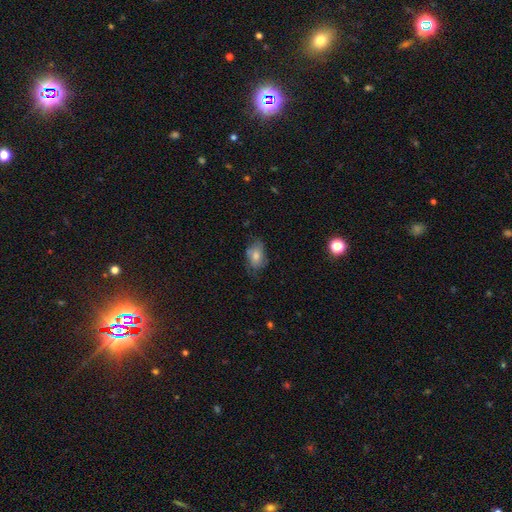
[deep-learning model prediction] Smooth or featured? Predicted: smooth (p=0.70). How rounded? Predicted: in between (p=0.85). Merging? Predicted: none (p=0.58).